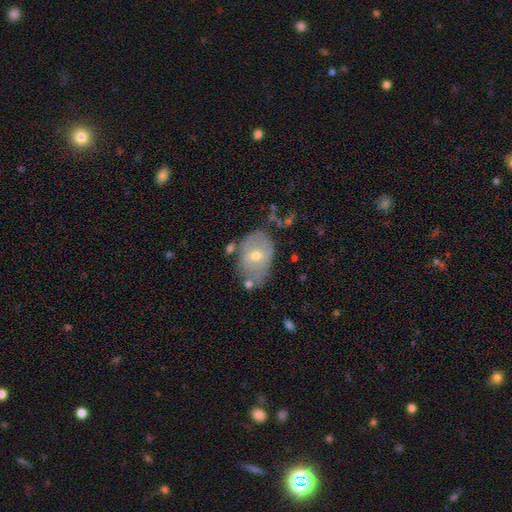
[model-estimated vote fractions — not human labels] Overall: featured or disk (46%, tied with smooth). Merging: none (55%; minor disturbance 27%).